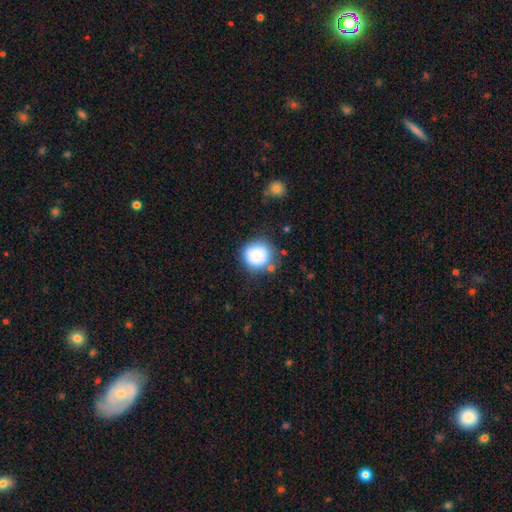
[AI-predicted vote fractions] Q: Smooth or featured?
A: smooth (79%); runner-up: featured or disk (12%)
Q: How rounded?
A: round (91%); runner-up: in between (8%)
Q: Merging?
A: none (76%); runner-up: minor disturbance (15%)